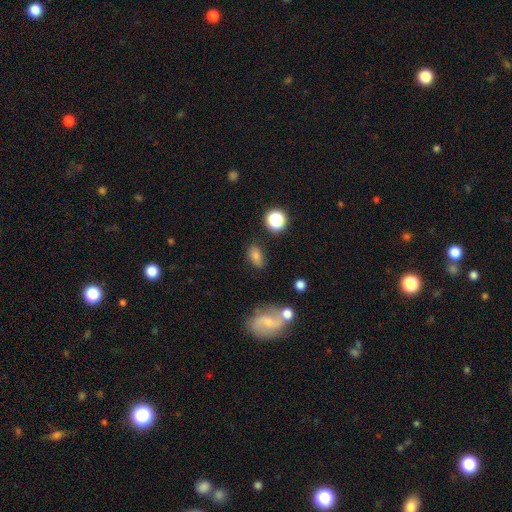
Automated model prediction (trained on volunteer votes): Smooth or featured? smooth (69%)
How rounded? in between (82%)
Merging? none (75%)